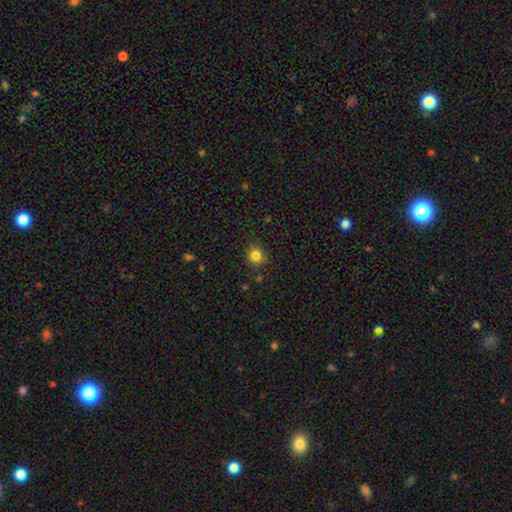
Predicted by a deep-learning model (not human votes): Smooth or featured? smooth (83%)
How rounded? round (88%)
Merging? none (87%)